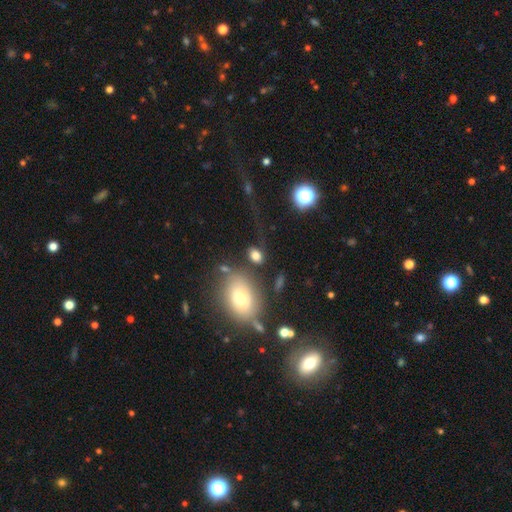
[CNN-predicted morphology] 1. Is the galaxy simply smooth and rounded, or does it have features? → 74% smooth, 14% featured or disk, 12% star or artifact.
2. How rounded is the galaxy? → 74% in between, 24% round, 2% cigar-shaped.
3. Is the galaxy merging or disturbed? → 50% none, 19% major disturbance, 17% minor disturbance, 13% merger.